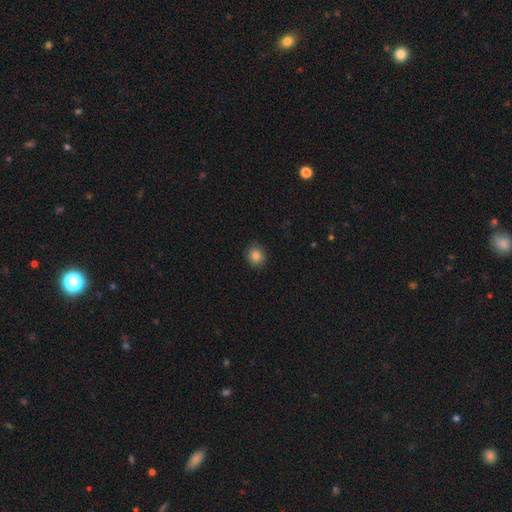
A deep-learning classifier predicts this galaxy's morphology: Smooth or featured? smooth (84%)
How rounded? round (77%)
Merging? none (89%)